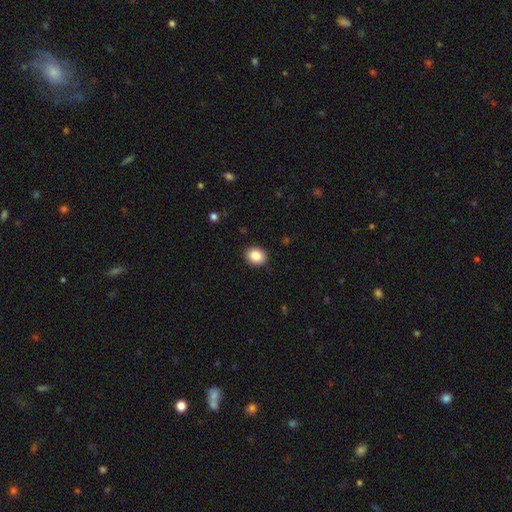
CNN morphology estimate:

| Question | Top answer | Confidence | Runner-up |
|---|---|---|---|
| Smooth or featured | smooth | 87% | star or artifact (8%) |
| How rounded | round | 58% | in between (41%) |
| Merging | none | 90% | minor disturbance (7%) |